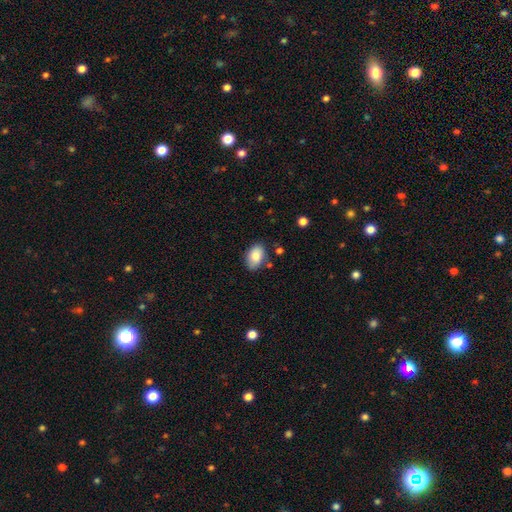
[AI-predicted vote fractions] smooth-or-featured: smooth: 85% | featured or disk: 8% | star or artifact: 7%
  how-rounded: in between: 90% | round: 9% | cigar-shaped: 1%
  merging: none: 75% | minor disturbance: 18% | merger: 4% | major disturbance: 3%